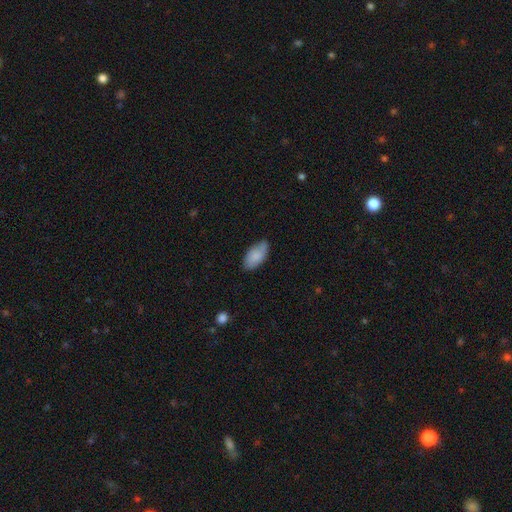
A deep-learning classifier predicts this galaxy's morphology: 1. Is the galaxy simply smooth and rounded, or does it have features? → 83% smooth, 11% featured or disk, 7% star or artifact.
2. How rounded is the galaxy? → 93% in between, 4% cigar-shaped, 2% round.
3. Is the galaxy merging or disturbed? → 75% none, 20% minor disturbance, 3% major disturbance, 1% merger.